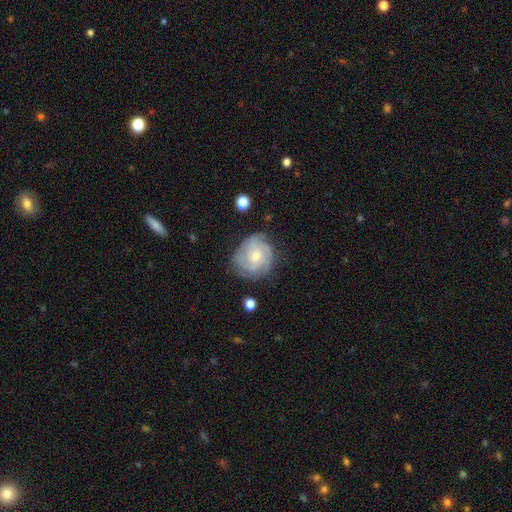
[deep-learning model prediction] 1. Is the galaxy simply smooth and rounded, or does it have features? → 77% featured or disk, 17% smooth, 6% star or artifact.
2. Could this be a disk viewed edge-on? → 98% no, 2% yes.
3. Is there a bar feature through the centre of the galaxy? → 66% no, 30% weak, 4% strong.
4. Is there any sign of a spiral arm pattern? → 93% yes, 7% no.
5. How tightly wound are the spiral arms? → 60% tight, 33% medium, 8% loose.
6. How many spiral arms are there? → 32% 3, 28% can't tell, 17% 4, 13% 2, 5% more than 4, 5% 1.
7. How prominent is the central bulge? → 51% small, 44% moderate, 2% large, 2% none, 1% dominant.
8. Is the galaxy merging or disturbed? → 72% none, 20% minor disturbance, 7% major disturbance, 2% merger.